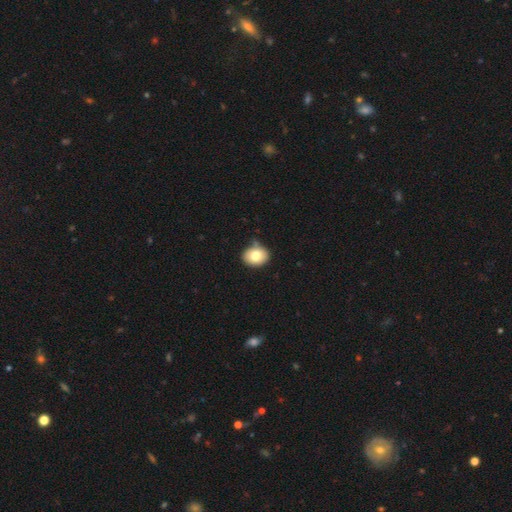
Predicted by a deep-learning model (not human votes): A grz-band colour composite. It shows a smooth galaxy with no disk features (78%) that is round (52%). Merging: none (74%).